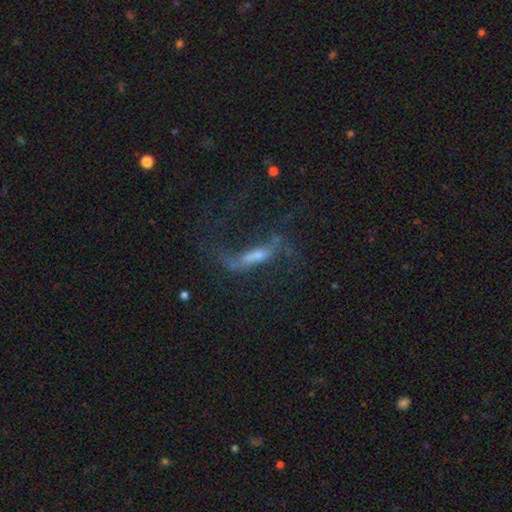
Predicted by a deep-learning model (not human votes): A featured or disk galaxy (65%). Merging: none (44%).